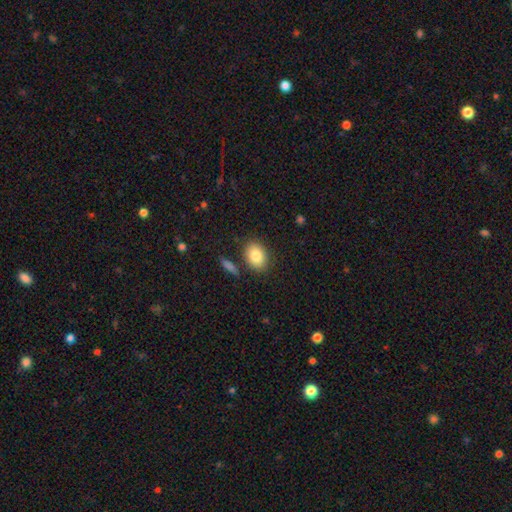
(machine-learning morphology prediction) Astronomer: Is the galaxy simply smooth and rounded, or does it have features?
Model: smooth — 84%.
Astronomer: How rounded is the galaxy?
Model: in between — 76%.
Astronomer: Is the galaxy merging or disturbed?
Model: none — 82%.